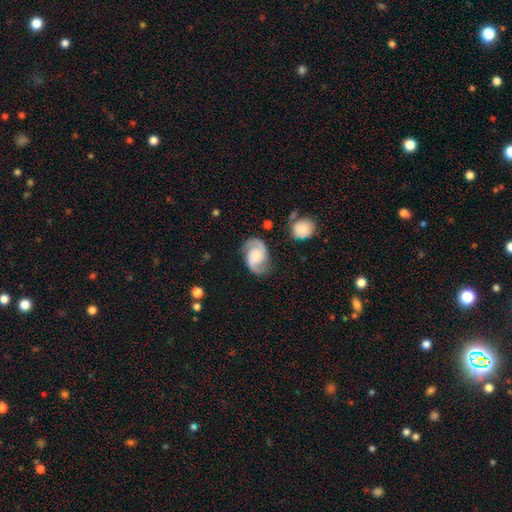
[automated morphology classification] Smooth or featured: featured or disk — 83% (smooth — 11%)
Edge-on disk: no — 98% (yes — 2%)
Bar: no — 64% (weak — 30%)
Spiral arms: yes — 97% (no — 3%)
Spiral winding: medium — 53% (tight — 26%)
Spiral arm count: 2 — 92% (can't tell — 3%)
Bulge size: small — 47% (moderate — 36%)
Merging: none — 77% (minor disturbance — 15%)